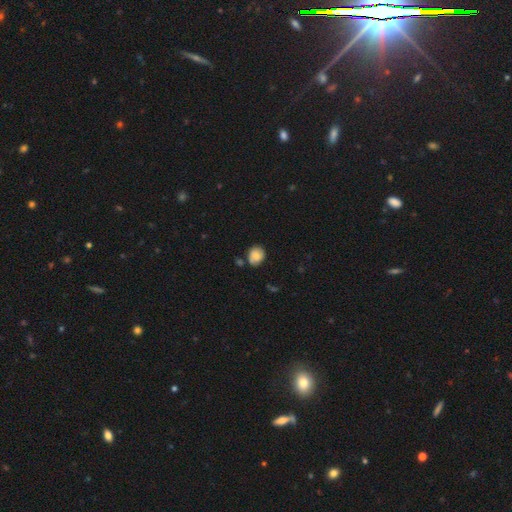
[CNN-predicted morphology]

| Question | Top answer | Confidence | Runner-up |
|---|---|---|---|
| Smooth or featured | smooth | 74% | featured or disk (18%) |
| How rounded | round | 61% | in between (38%) |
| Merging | none | 69% | minor disturbance (20%) |